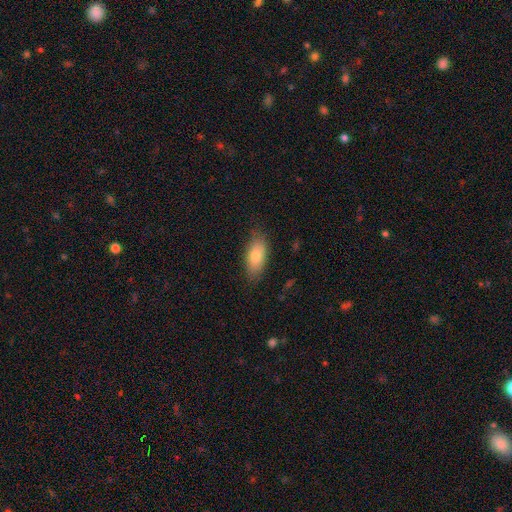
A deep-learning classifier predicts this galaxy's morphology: Overall: smooth (78%). How rounded: in between (85%). Merging: none (81%).